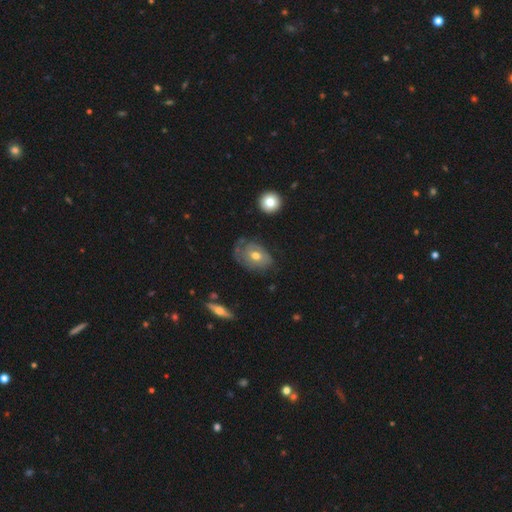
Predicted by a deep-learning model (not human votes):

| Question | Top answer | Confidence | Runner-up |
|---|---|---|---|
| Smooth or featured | featured or disk | 50% | smooth (43%) |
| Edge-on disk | no | 91% | yes (9%) |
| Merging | none | 50% | minor disturbance (29%) |